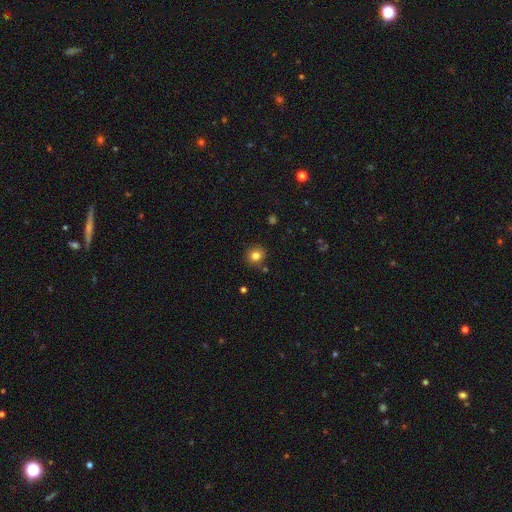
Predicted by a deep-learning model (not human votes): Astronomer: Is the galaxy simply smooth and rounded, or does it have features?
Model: smooth — 81%.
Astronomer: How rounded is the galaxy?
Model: round — 88%.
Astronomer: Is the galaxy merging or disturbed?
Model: none — 82%.